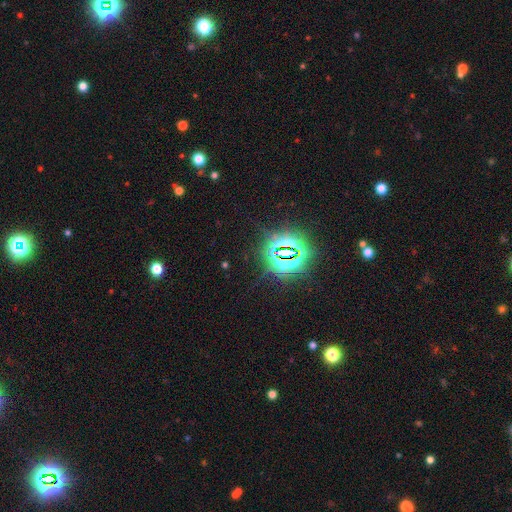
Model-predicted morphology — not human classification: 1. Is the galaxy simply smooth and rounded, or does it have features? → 83% star or artifact, 10% smooth, 7% featured or disk.